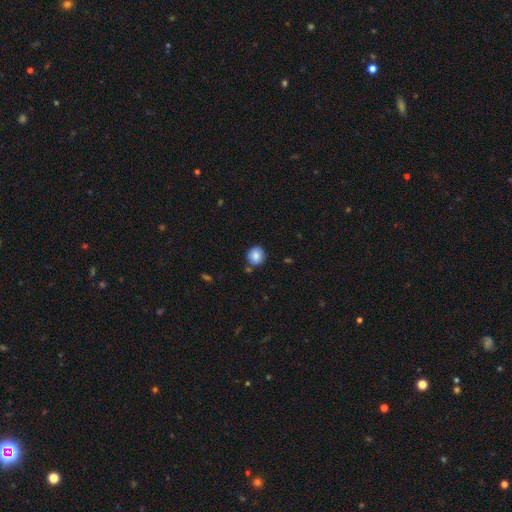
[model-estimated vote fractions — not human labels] Morphology: type=smooth (83%); roundness=round (88%); merging=none (81%).